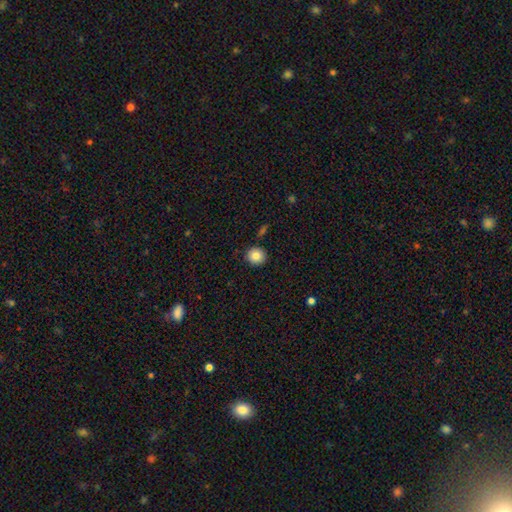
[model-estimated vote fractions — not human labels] Overall: smooth (84%). How rounded: round (88%). Merging: none (89%).